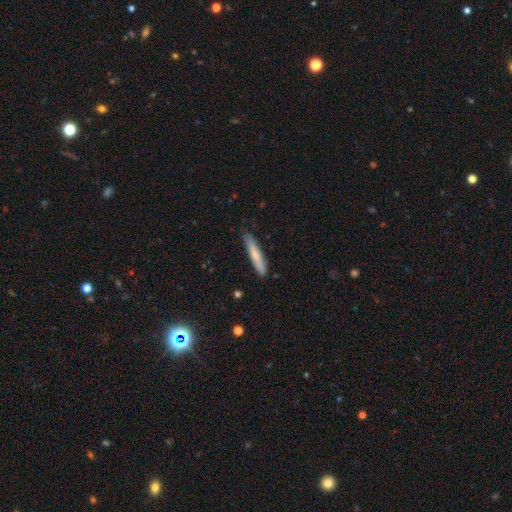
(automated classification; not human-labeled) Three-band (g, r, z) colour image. It shows a smooth galaxy with no disk features (70%) that is cigar-shaped (92%). Merging: none (86%).